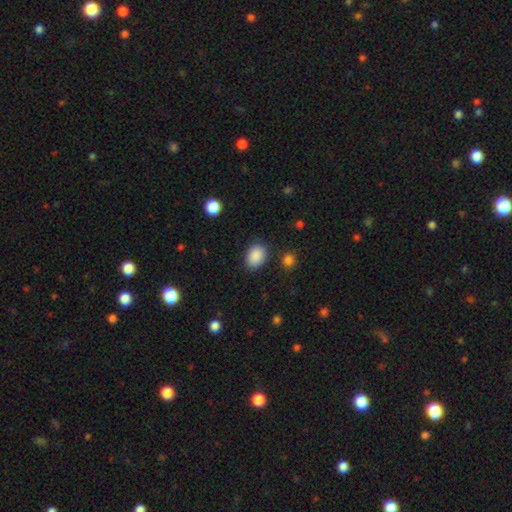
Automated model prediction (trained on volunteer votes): A smooth galaxy with no disk features (89%) that is in between round and cigar-shaped (73%). Merging: none (82%).